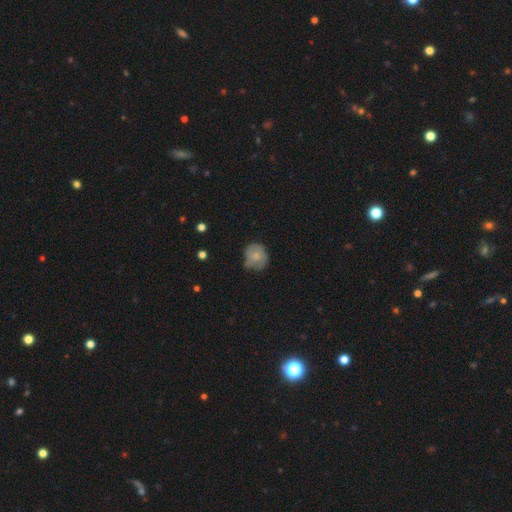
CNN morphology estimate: Overall: smooth (70%). How rounded: round (79%). Merging: none (51%; minor disturbance 35%).